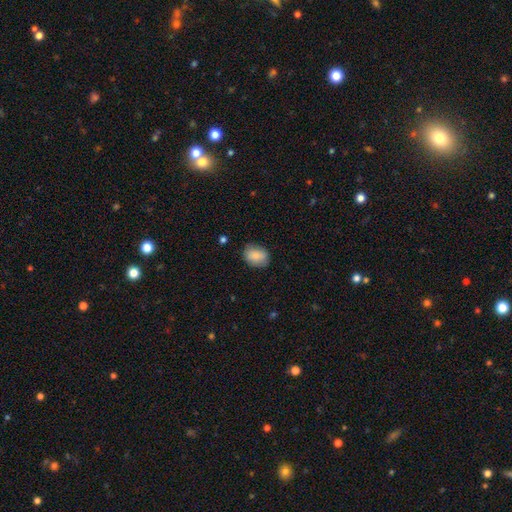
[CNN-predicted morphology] A smooth galaxy with no disk features (81%) that is in between round and cigar-shaped (62%).

Vote fractions:
- Smooth or featured? smooth: 81% / featured or disk: 12% / star or artifact: 7%
- How rounded? in between: 62% / round: 37% / cigar-shaped: 1%
- Merging? none: 79% / minor disturbance: 16% / major disturbance: 4% / merger: 1%